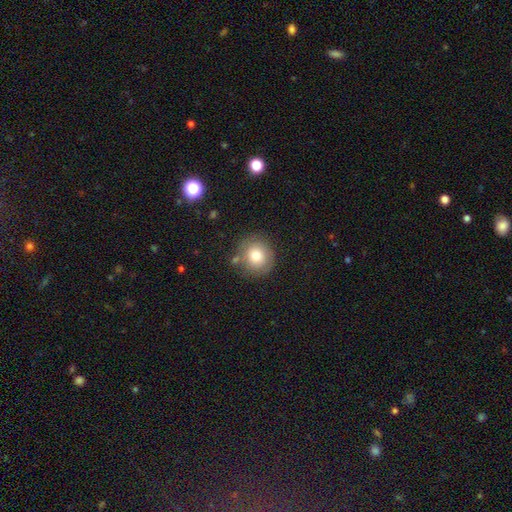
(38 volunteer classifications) This is clearly a smooth galaxy (84%). How rounded: clearly round (94%). Merging: likely none (69%).